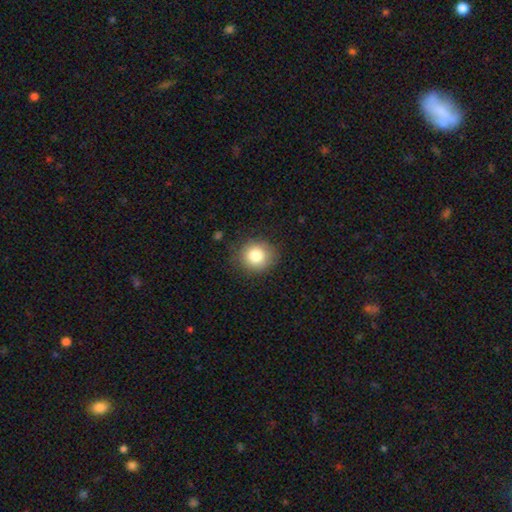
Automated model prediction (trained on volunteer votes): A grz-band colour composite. It shows a smooth galaxy with no disk features (82%) that is round (87%). Merging: none (85%).